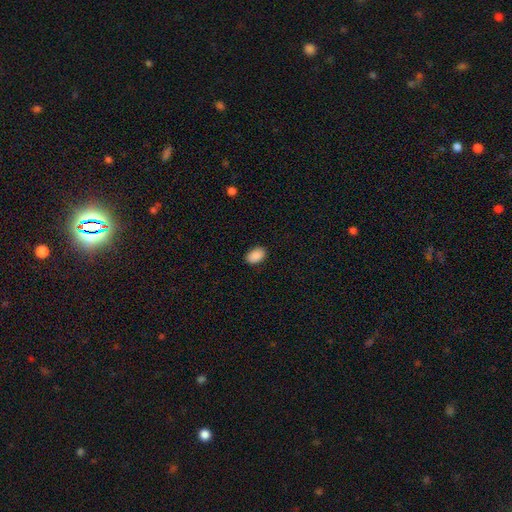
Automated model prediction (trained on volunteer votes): This is clearly a smooth galaxy (90%). How rounded: clearly in between (88%). Merging: clearly none (89%).